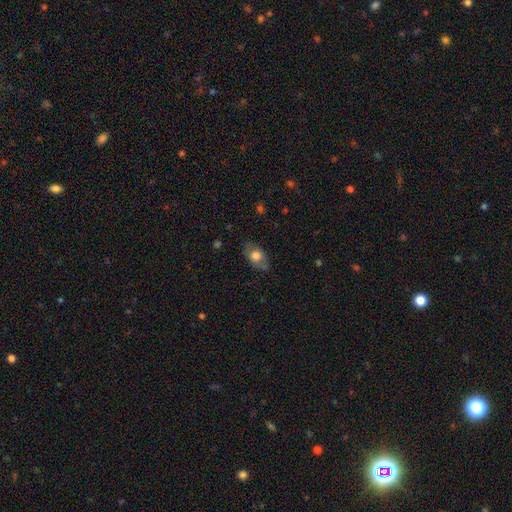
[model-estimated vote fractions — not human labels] A smooth galaxy with no disk features (68%) that is in between round and cigar-shaped (87%).

Vote fractions:
- Smooth or featured? smooth: 68% / featured or disk: 25% / star or artifact: 7%
- How rounded? in between: 87% / round: 9% / cigar-shaped: 3%
- Merging? none: 77% / minor disturbance: 17% / major disturbance: 5% / merger: 1%